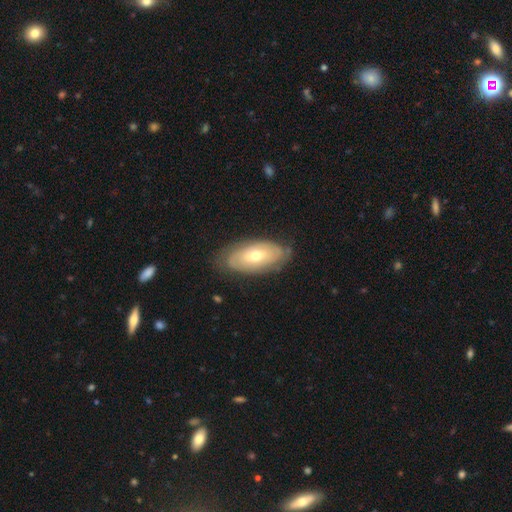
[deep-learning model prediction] A featured or disk galaxy (59%) with no bar (71%), spiral arms (63%) and a moderate central bulge (59%).

Vote fractions:
- Smooth or featured? featured or disk: 59% / smooth: 35% / star or artifact: 6%
- Edge-on disk? no: 87% / yes: 13%
- Bar? no: 71% / weak: 21% / strong: 8%
- Spiral arms? yes: 63% / no: 37%
- Bulge size? moderate: 59% / small: 36% / large: 3% / dominant: 1% / none: 1%
- Merging? none: 81% / minor disturbance: 14% / major disturbance: 4% / merger: 1%